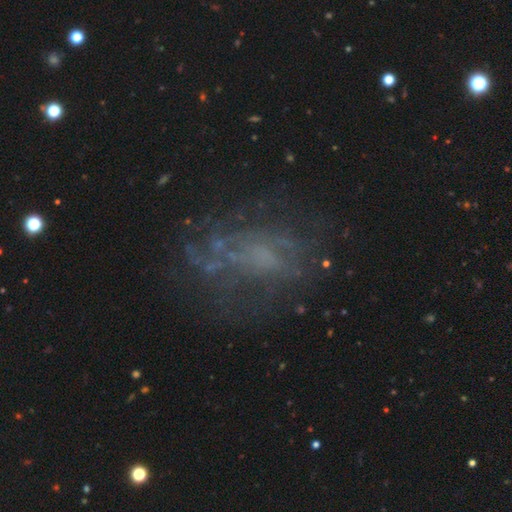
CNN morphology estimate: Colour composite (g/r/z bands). It shows a featured or disk galaxy (50%). Merging: none (55%).